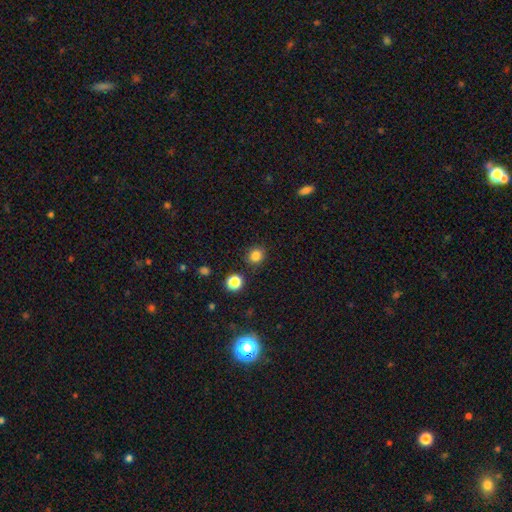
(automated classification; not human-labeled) smooth-or-featured: smooth: 83% | star or artifact: 13% | featured or disk: 4%
  how-rounded: round: 83% | in between: 16% | cigar-shaped: 1%
  merging: none: 87% | minor disturbance: 8% | merger: 3% | major disturbance: 2%